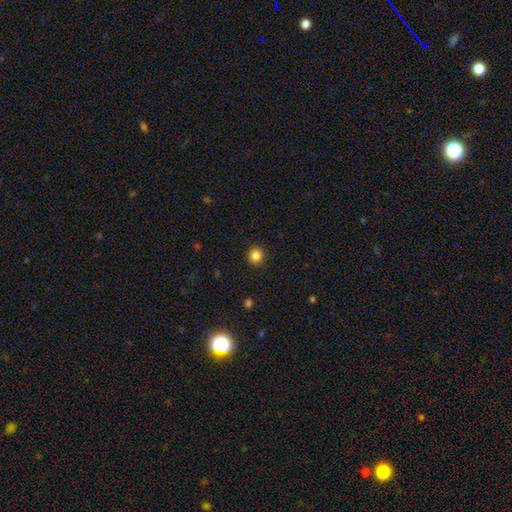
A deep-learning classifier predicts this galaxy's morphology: smooth-or-featured: smooth: 84% | star or artifact: 12% | featured or disk: 5%
  how-rounded: round: 94% | in between: 5% | cigar-shaped: 1%
  merging: none: 93% | minor disturbance: 5% | major disturbance: 2% | merger: 1%